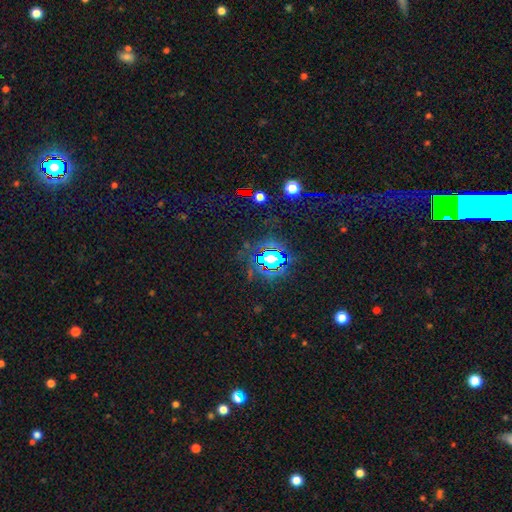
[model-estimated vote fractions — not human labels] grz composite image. It shows a star or artifact, not a galaxy (83%).